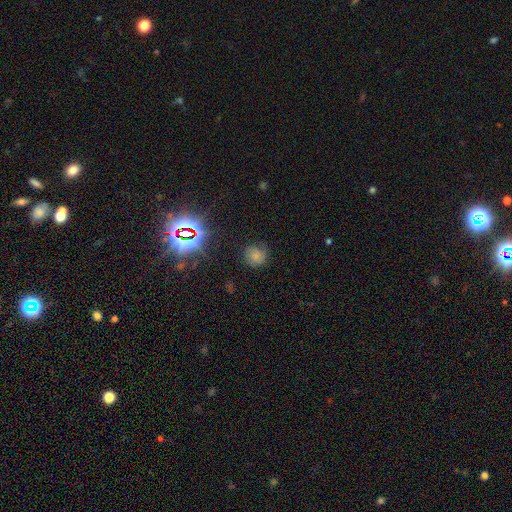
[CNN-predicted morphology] smooth_or_featured: smooth (p=0.65) [alt: star or artifact p=0.21]
how_rounded: round (p=0.86) [alt: in between p=0.13]
merging: none (p=0.74) [alt: minor disturbance p=0.19]